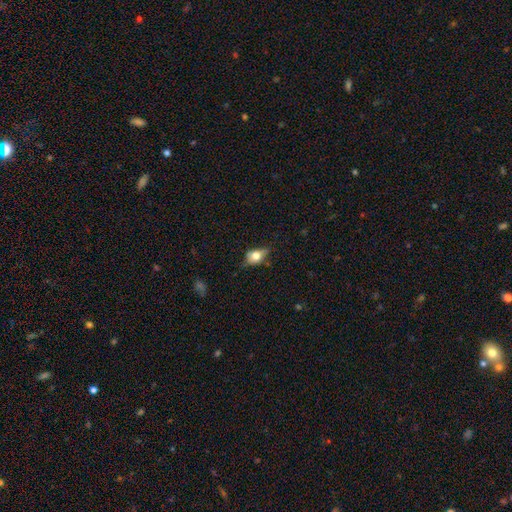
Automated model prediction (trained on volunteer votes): Smooth or featured: smooth — 58% (featured or disk — 32%)
How rounded: in between — 73% (round — 20%)
Merging: none — 57% (minor disturbance — 29%)